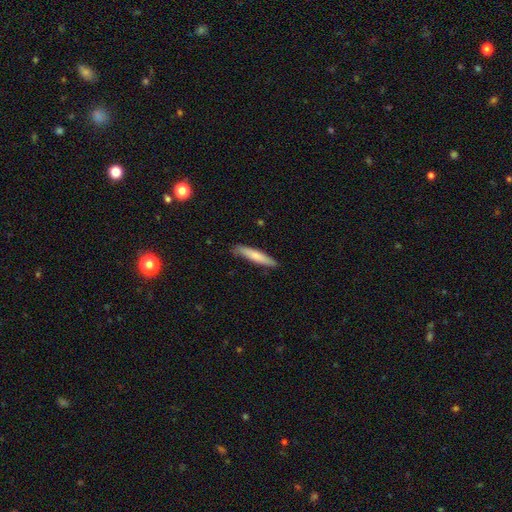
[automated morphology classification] Q: Smooth or featured?
A: smooth (72%); runner-up: featured or disk (23%)
Q: How rounded?
A: cigar-shaped (92%); runner-up: in between (7%)
Q: Merging?
A: none (84%); runner-up: minor disturbance (13%)